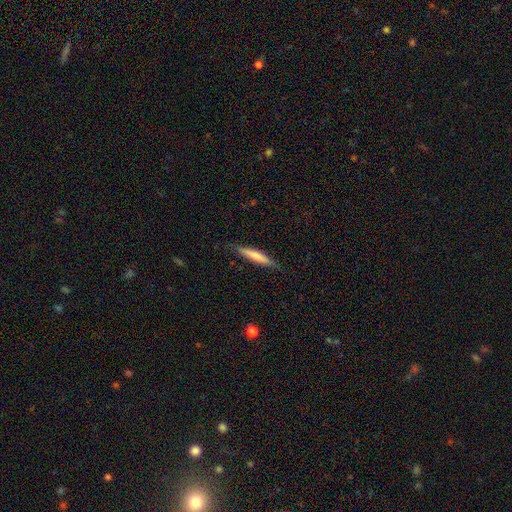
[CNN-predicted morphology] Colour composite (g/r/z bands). It shows a smooth galaxy with no disk features (67%) that is cigar-shaped (91%). Merging: none (84%).